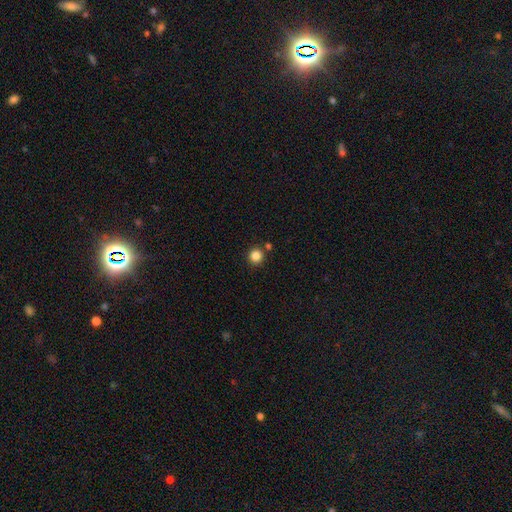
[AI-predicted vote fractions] smooth_or_featured: smooth (p=0.85) [alt: star or artifact p=0.12]
how_rounded: round (p=0.95) [alt: in between p=0.04]
merging: none (p=0.85) [alt: merger p=0.06]